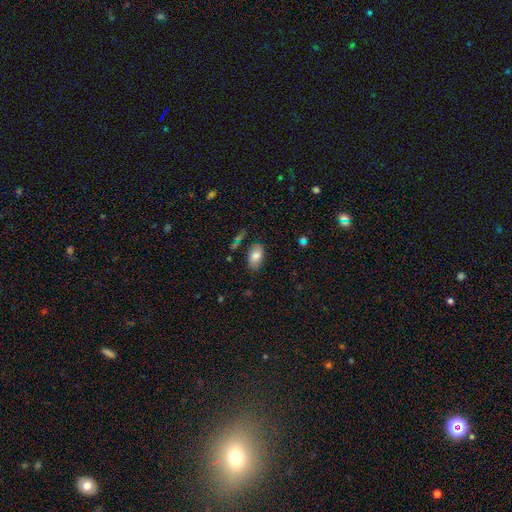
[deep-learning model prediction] This is clearly a smooth galaxy (81%). How rounded: clearly in between (93%). Merging: likely none (80%).